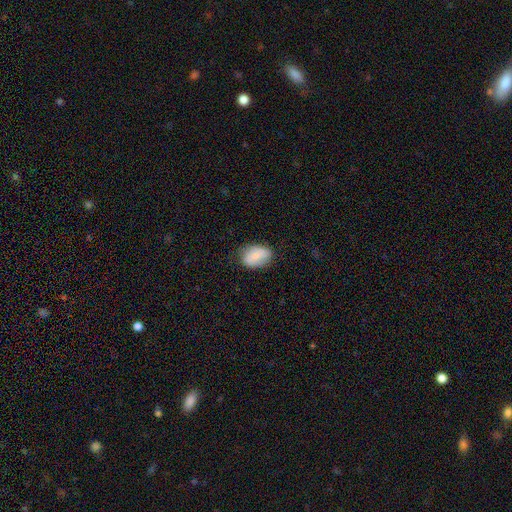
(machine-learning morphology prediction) Smooth or featured: smooth — 72% (featured or disk — 21%)
How rounded: in between — 83% (round — 16%)
Merging: none — 75% (minor disturbance — 20%)